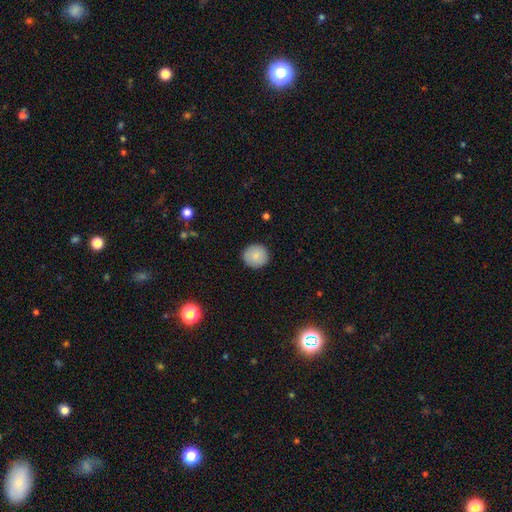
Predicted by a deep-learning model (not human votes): This appears to be a smooth galaxy with no disk features (87%) that is round (92%). Merging: none (90%).